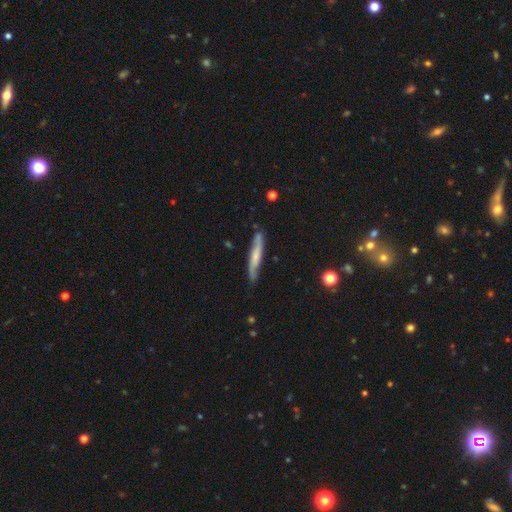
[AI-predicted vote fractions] featured or disk 52%, smooth 42%, star or artifact 6%. Down the decision tree: edge-on disk — yes (65%); merging — none (78%).